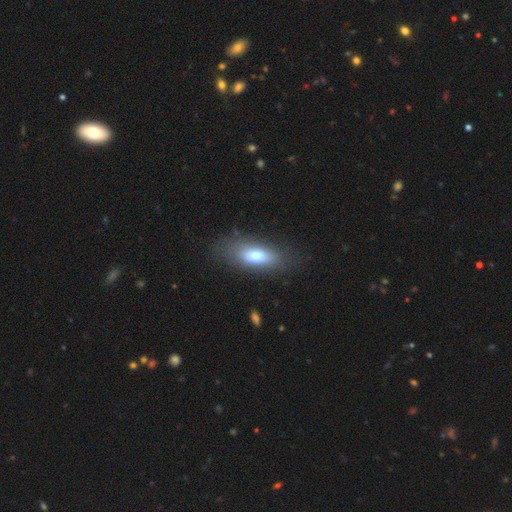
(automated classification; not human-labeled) Q: Smooth or featured?
A: smooth (75%); runner-up: featured or disk (17%)
Q: How rounded?
A: in between (76%); runner-up: cigar-shaped (21%)
Q: Merging?
A: none (75%); runner-up: minor disturbance (16%)